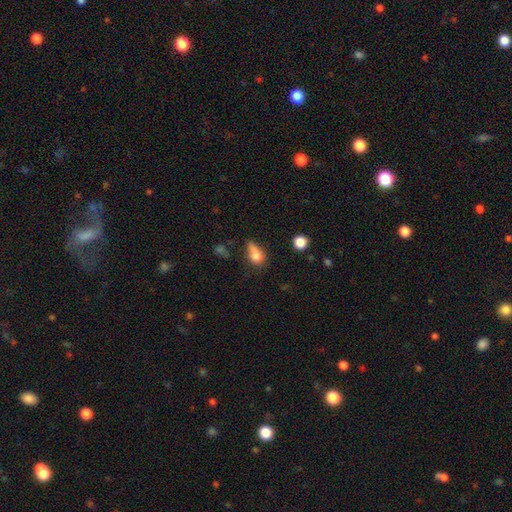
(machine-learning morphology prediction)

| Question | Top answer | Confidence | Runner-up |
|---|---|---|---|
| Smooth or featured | smooth | 76% | featured or disk (12%) |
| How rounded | in between | 70% | round (23%) |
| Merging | minor disturbance | 37% | none (33%) |